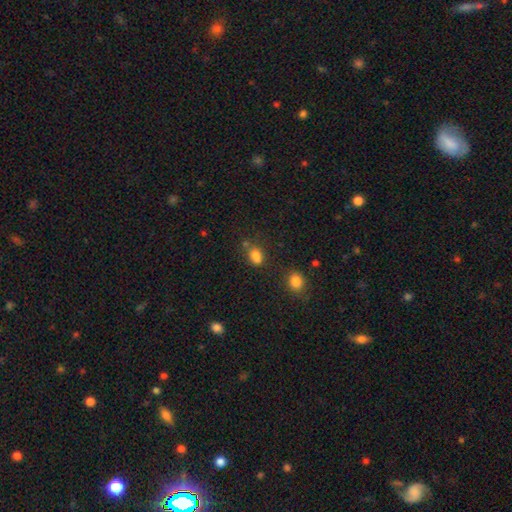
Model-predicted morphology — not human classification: smooth-or-featured: smooth: 78% | star or artifact: 14% | featured or disk: 8%
  how-rounded: in between: 71% | round: 27% | cigar-shaped: 2%
  merging: none: 52% | merger: 20% | minor disturbance: 20% | major disturbance: 7%